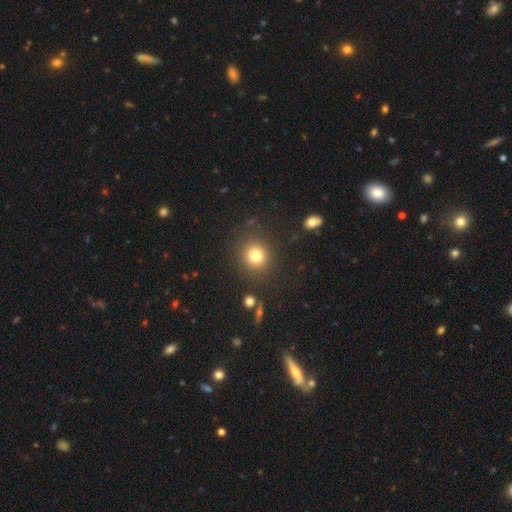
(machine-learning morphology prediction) Smooth or featured: smooth — 80% (star or artifact — 13%)
How rounded: round — 88% (in between — 11%)
Merging: none — 86% (minor disturbance — 8%)